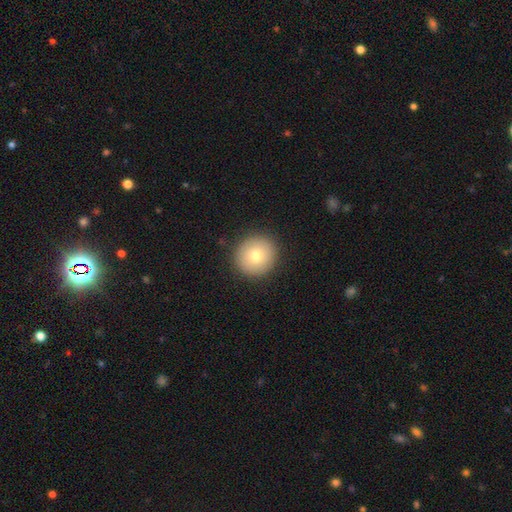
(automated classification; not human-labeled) The model was most divided on "smooth or featured": smooth: 75%, featured or disk: 15%, star or artifact: 10%. More confident: how rounded — round (94%); merging — none (91%).